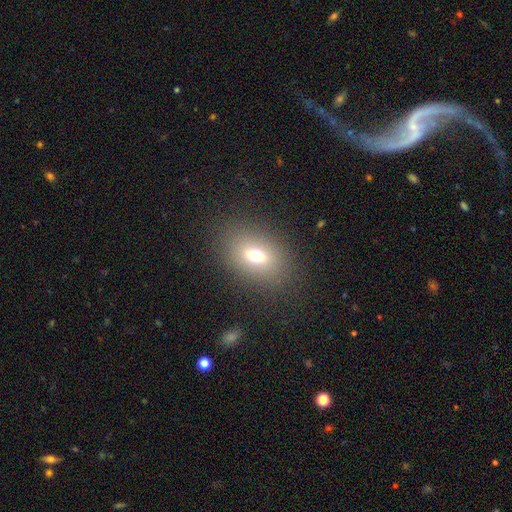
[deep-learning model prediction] Smooth or featured: smooth — 69% (featured or disk — 16%)
How rounded: in between — 76% (round — 21%)
Merging: none — 84% (minor disturbance — 9%)